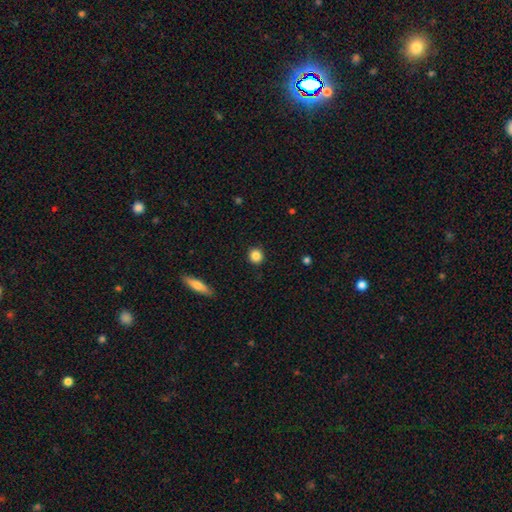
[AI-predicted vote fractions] smooth_or_featured: smooth (p=0.86) [alt: star or artifact p=0.10]
how_rounded: round (p=0.91) [alt: in between p=0.08]
merging: none (p=0.91) [alt: minor disturbance p=0.06]